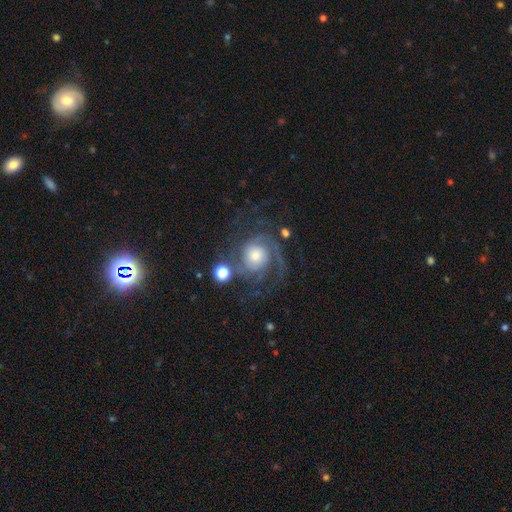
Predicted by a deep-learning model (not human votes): Smooth or featured? featured or disk (84%)
Edge-on disk? no (98%)
Bar? no (75%)
Spiral arms? yes (96%)
Spiral winding? medium (43%)
Spiral arm count? 2 (33%)
Bulge size? moderate (47%)
Merging? none (60%)